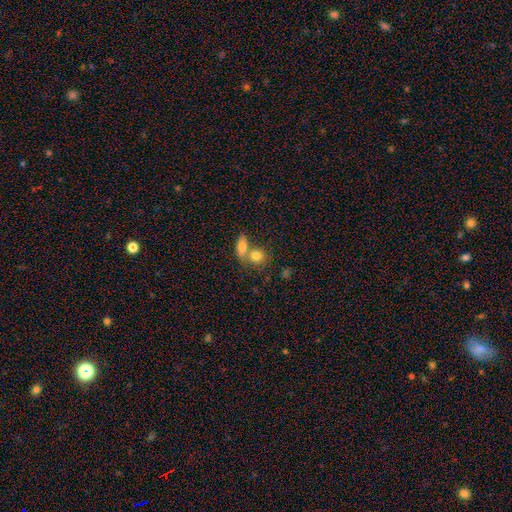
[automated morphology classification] Smooth or featured: smooth — 70% (featured or disk — 16%)
How rounded: round — 53% (in between — 41%)
Merging: merger — 50% (none — 39%)